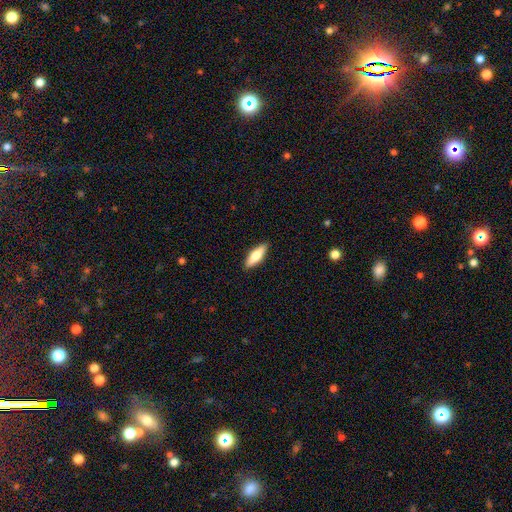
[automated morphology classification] This appears to be a smooth galaxy with no disk features (67%) that is in between round and cigar-shaped (56%). Merging: none (90%).